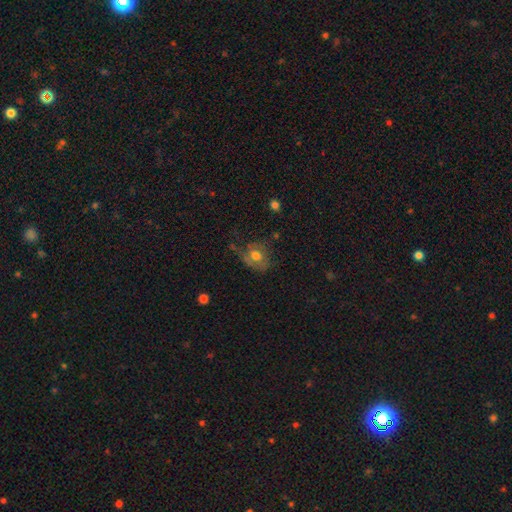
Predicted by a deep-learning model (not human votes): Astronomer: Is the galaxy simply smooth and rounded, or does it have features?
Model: featured or disk — 45%, tied with smooth at 45%.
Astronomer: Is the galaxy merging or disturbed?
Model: none — 43% (runner-up: major disturbance, 30%).